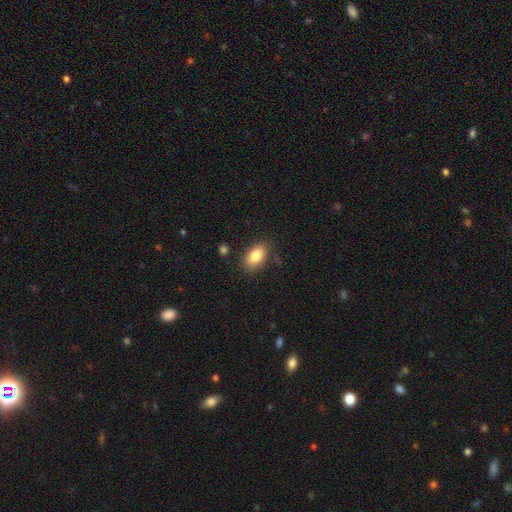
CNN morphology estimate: A smooth galaxy with no disk features (83%) that is in between round and cigar-shaped (91%). Merging: none (80%).